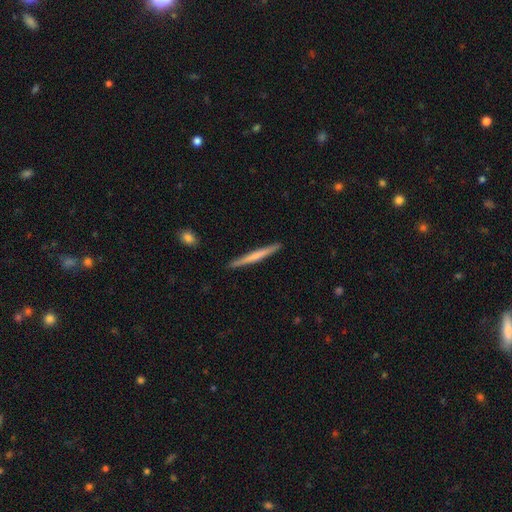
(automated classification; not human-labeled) Morphology: type=smooth (51%); roundness=cigar-shaped (97%); merging=none (91%).